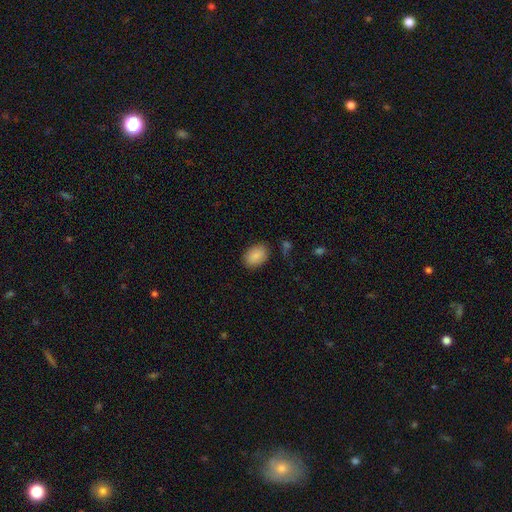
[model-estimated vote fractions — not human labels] A smooth galaxy with no disk features (88%) that is in between round and cigar-shaped (85%). Merging: none (84%).